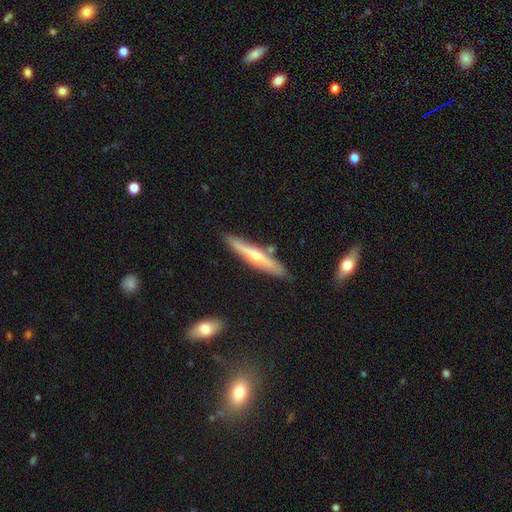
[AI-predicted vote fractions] Smooth or featured: featured or disk — 57% (smooth — 37%)
Edge-on disk: yes — 90% (no — 10%)
Edge-on bulge: rounded — 82% (none — 14%)
Merging: none — 80% (minor disturbance — 13%)